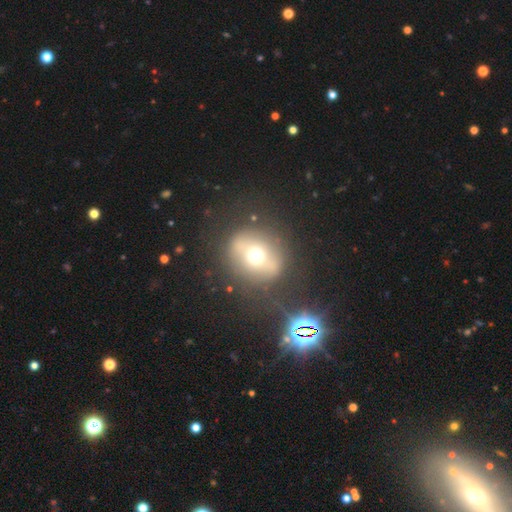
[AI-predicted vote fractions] The model was most divided on "smooth or featured": smooth: 51%, featured or disk: 32%, star or artifact: 17%. More confident: how rounded — round (78%); merging — none (78%).